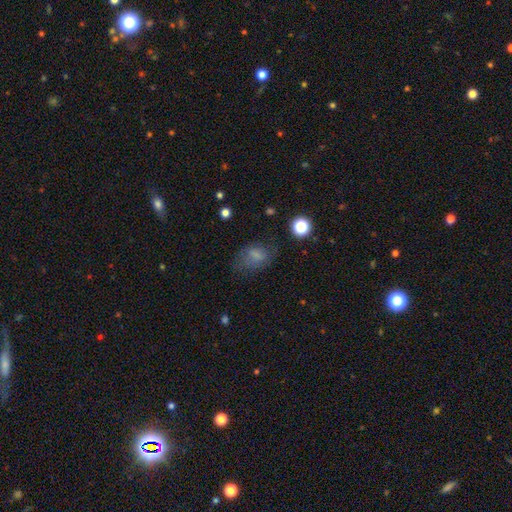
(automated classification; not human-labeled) Overall: smooth (69%). How rounded: in between (71%). Merging: none (54%; minor disturbance 26%).